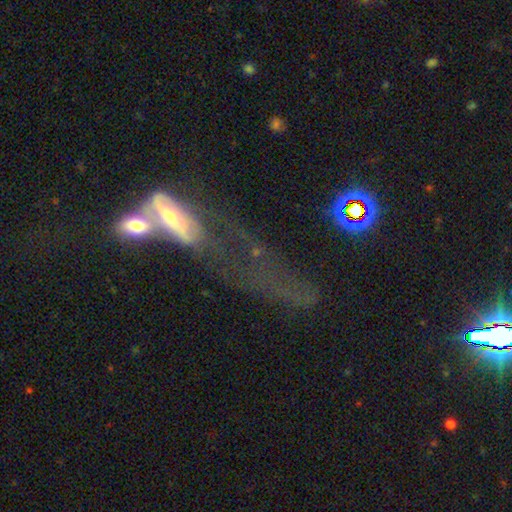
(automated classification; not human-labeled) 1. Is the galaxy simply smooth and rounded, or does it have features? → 46% featured or disk, 32% smooth, 22% star or artifact.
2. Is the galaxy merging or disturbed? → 52% merger, 28% major disturbance, 12% none, 8% minor disturbance.